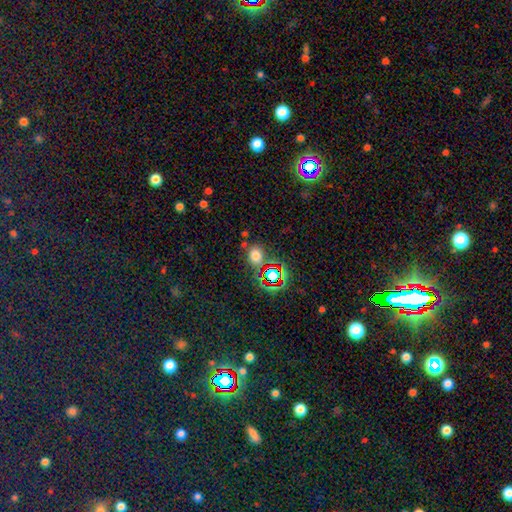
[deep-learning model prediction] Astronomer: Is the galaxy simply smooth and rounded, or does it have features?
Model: smooth — 68%.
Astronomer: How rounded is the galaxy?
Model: round — 53% (runner-up: in between, 46%).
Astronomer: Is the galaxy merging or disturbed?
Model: none — 69%.